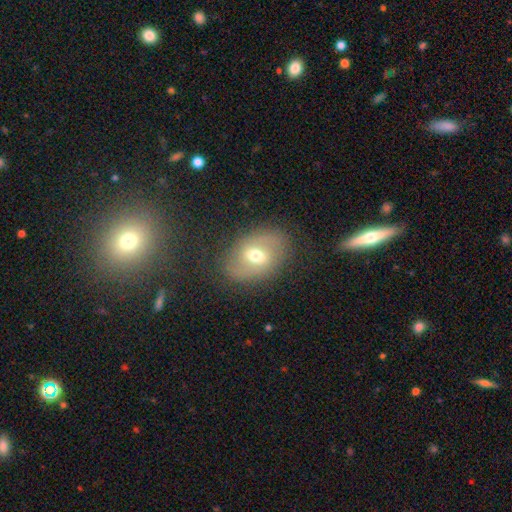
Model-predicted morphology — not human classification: smooth-or-featured: featured or disk: 50% | smooth: 40% | star or artifact: 10%
  disk-edge-on: no: 92% | yes: 8%
  merging: none: 78% | minor disturbance: 14% | major disturbance: 7% | merger: 1%